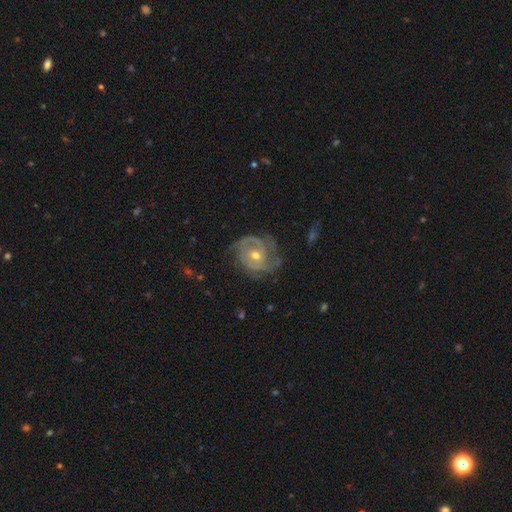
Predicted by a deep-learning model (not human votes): Smooth or featured? Predicted: featured or disk (p=0.86). Edge-on disk? Predicted: no (p=0.98). Bar? Predicted: no (p=0.69). Spiral arms? Predicted: yes (p=0.94). Spiral winding? Predicted: tight (p=0.58). Spiral arm count? Predicted: 2 (p=0.35). Bulge size? Predicted: moderate (p=0.58). Merging? Predicted: none (p=0.67).